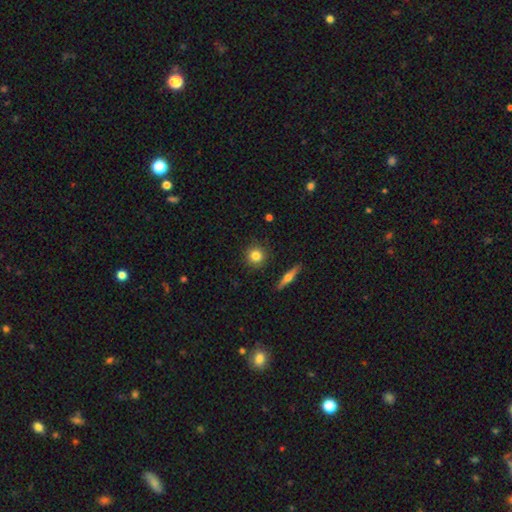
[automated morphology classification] The model was most divided on "smooth or featured": smooth: 80%, featured or disk: 11%, star or artifact: 9%. More confident: how rounded — round (92%); merging — none (89%).